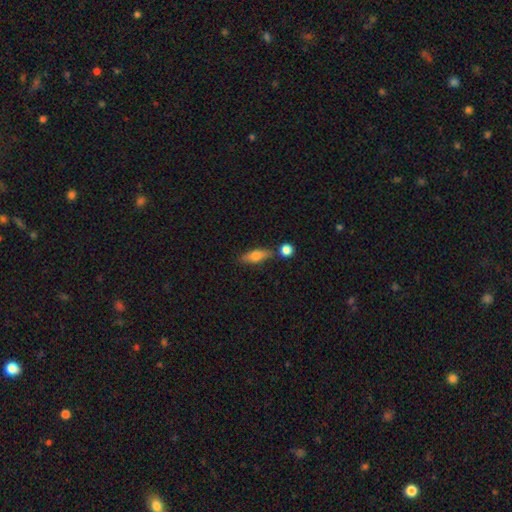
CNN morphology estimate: Smooth or featured? smooth (66%)
How rounded? in between (59%)
Merging? none (71%)